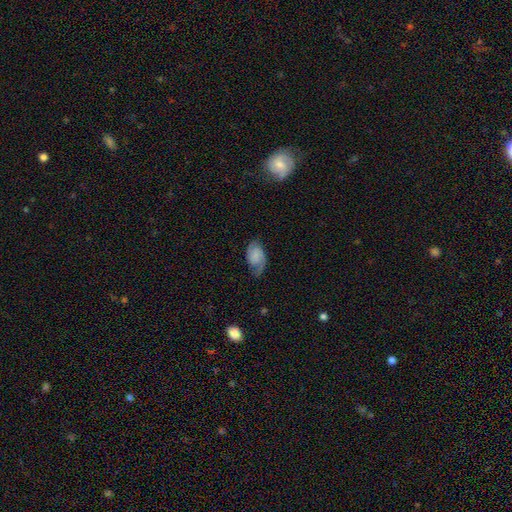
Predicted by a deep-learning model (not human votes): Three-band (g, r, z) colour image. It shows a featured or disk galaxy (54%) with no bar (65%), spiral arms (92%) and no central bulge (51%). Merging: none (62%).